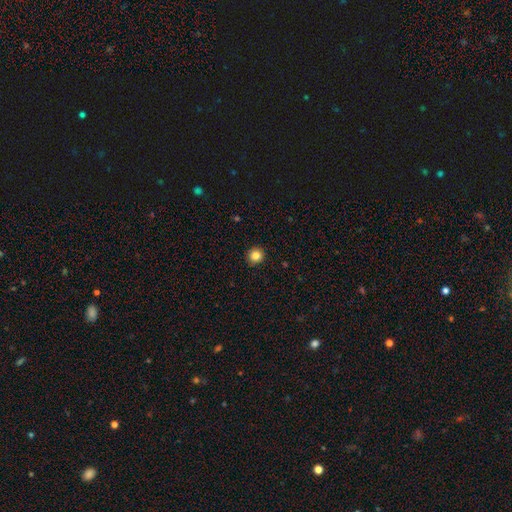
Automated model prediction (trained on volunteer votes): smooth_or_featured: smooth (p=0.83) [alt: star or artifact p=0.11]
how_rounded: round (p=0.94) [alt: in between p=0.05]
merging: none (p=0.93) [alt: minor disturbance p=0.05]